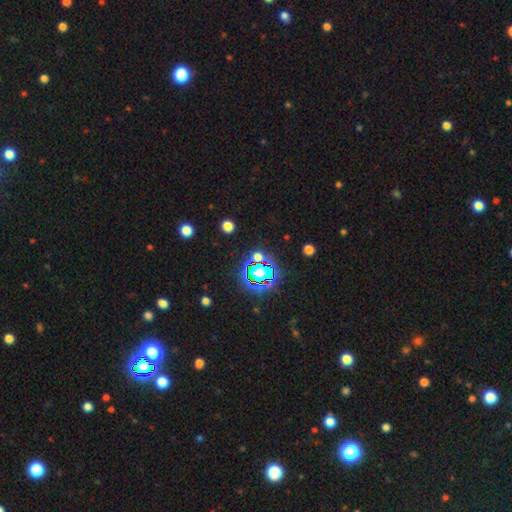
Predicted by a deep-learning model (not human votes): smooth-or-featured: star or artifact: 78% | smooth: 13% | featured or disk: 8%